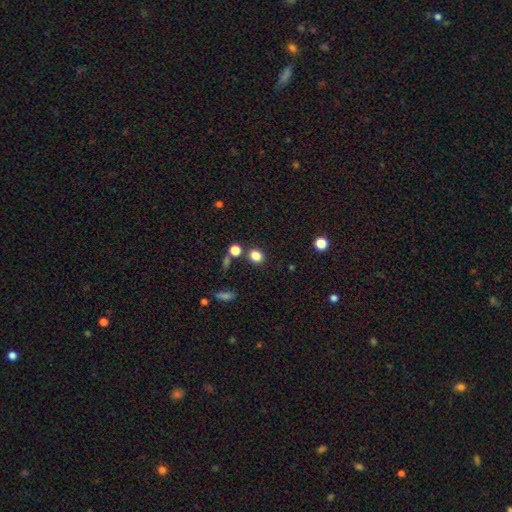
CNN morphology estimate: Q: Smooth or featured?
A: smooth (82%); runner-up: star or artifact (13%)
Q: How rounded?
A: round (75%); runner-up: in between (24%)
Q: Merging?
A: none (81%); runner-up: minor disturbance (8%)